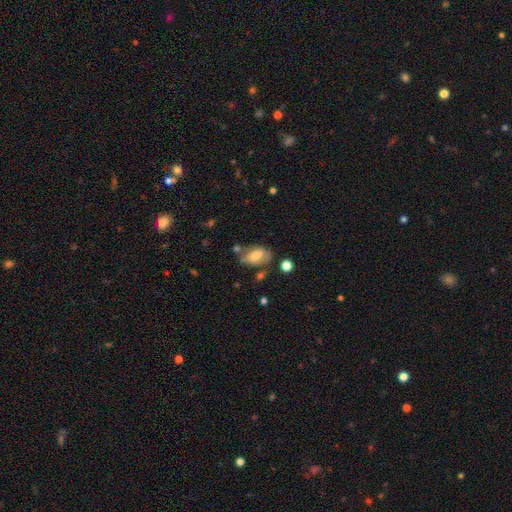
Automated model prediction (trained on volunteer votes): Smooth or featured? Predicted: smooth (p=0.65). How rounded? Predicted: in between (p=0.88). Merging? Predicted: none (p=0.58).